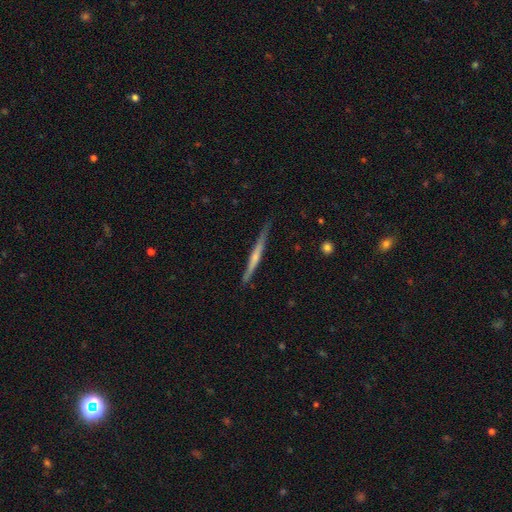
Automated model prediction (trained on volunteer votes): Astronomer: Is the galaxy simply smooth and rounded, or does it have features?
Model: featured or disk — 71%.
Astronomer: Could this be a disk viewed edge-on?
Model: yes — 97%.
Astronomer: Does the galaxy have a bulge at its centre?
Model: rounded — 63%.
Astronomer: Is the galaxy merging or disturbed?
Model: none — 89%.